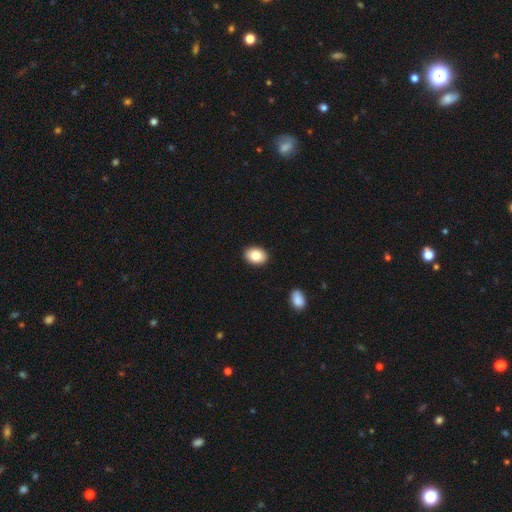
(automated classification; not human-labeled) Q: Smooth or featured?
A: smooth (84%); runner-up: featured or disk (8%)
Q: How rounded?
A: in between (77%); runner-up: round (22%)
Q: Merging?
A: none (91%); runner-up: minor disturbance (7%)